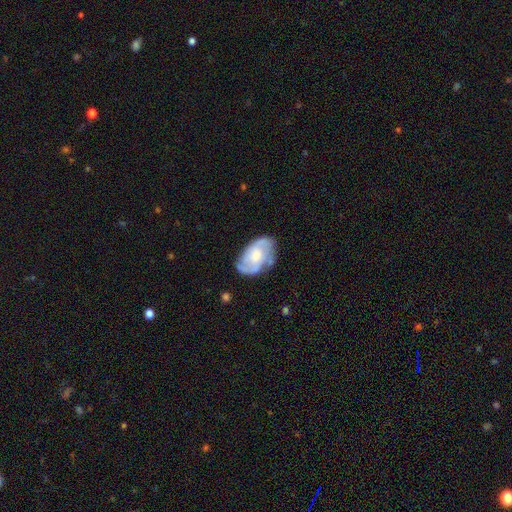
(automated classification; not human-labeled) A featured or disk galaxy (73%) with no bar (64%), 2 (59%) medium (46%) spiral arms (88%) and a moderate central bulge (42%). Merging: none (66%).